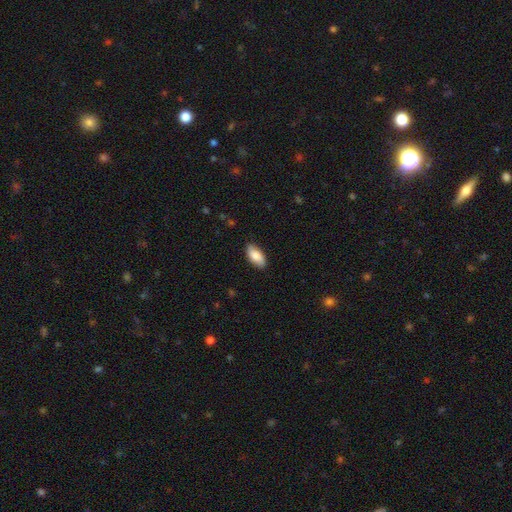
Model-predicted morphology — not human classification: A smooth galaxy with no disk features (79%) that is in between round and cigar-shaped (91%).

Vote fractions:
- Smooth or featured? smooth: 79% / featured or disk: 15% / star or artifact: 6%
- How rounded? in between: 91% / cigar-shaped: 7% / round: 2%
- Merging? none: 86% / minor disturbance: 11% / major disturbance: 2% / merger: 1%